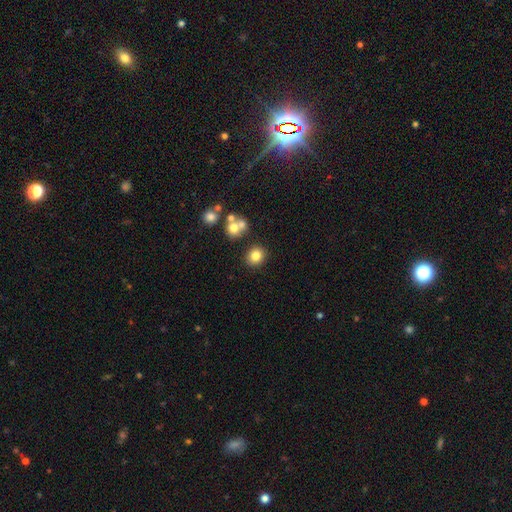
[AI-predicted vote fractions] Morphology: type=smooth (80%); roundness=round (79%); merging=none (82%).